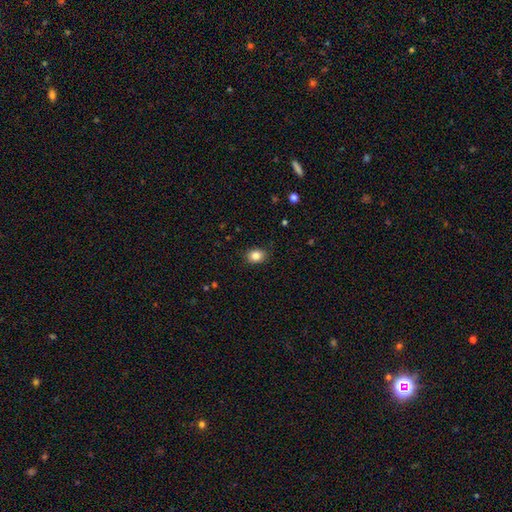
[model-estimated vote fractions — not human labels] This is clearly a smooth galaxy (85%). How rounded: possibly in between (59%). Merging: clearly none (87%).